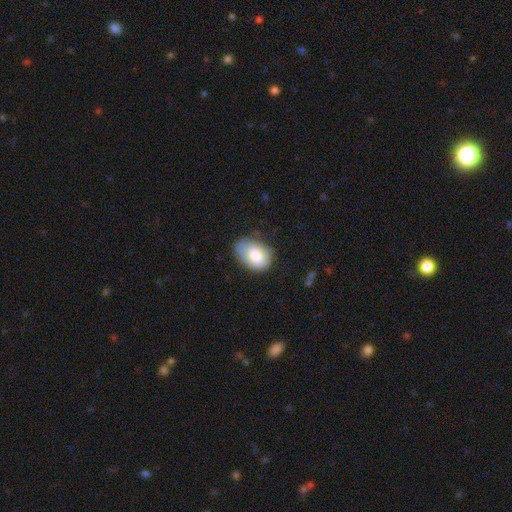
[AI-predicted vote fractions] A smooth galaxy with no disk features (77%) that is in between round and cigar-shaped (81%).

Vote fractions:
- Smooth or featured? smooth: 77% / featured or disk: 15% / star or artifact: 7%
- How rounded? in between: 81% / round: 17% / cigar-shaped: 1%
- Merging? none: 60% / minor disturbance: 31% / major disturbance: 8% / merger: 2%